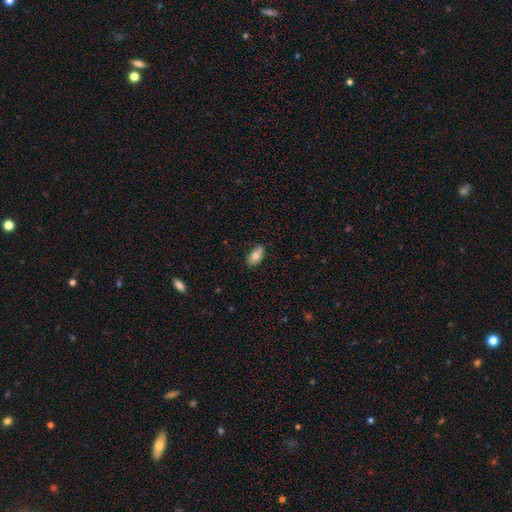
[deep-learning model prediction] A smooth galaxy with no disk features (72%) that is in between round and cigar-shaped (90%).

Vote fractions:
- Smooth or featured? smooth: 72% / featured or disk: 21% / star or artifact: 8%
- How rounded? in between: 90% / round: 5% / cigar-shaped: 4%
- Merging? none: 74% / minor disturbance: 20% / major disturbance: 3% / merger: 2%